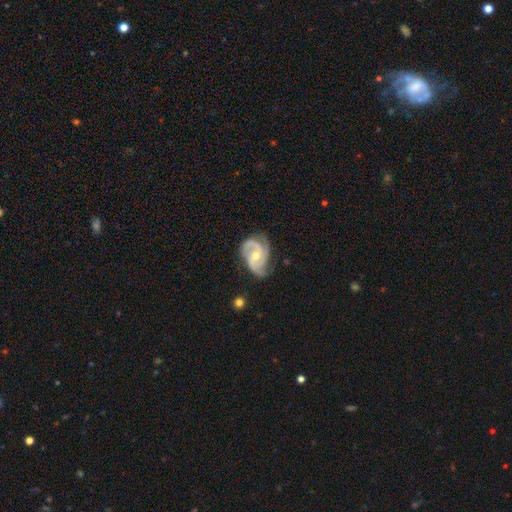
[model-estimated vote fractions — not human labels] Q: Smooth or featured?
A: featured or disk (89%); runner-up: smooth (7%)
Q: Edge-on disk?
A: no (98%); runner-up: yes (2%)
Q: Bar?
A: no (52%); runner-up: weak (38%)
Q: Spiral arms?
A: yes (98%); runner-up: no (2%)
Q: Spiral winding?
A: medium (54%); runner-up: tight (28%)
Q: Spiral arm count?
A: 2 (54%); runner-up: 3 (33%)
Q: Bulge size?
A: moderate (56%); runner-up: small (41%)
Q: Merging?
A: none (62%); runner-up: minor disturbance (26%)